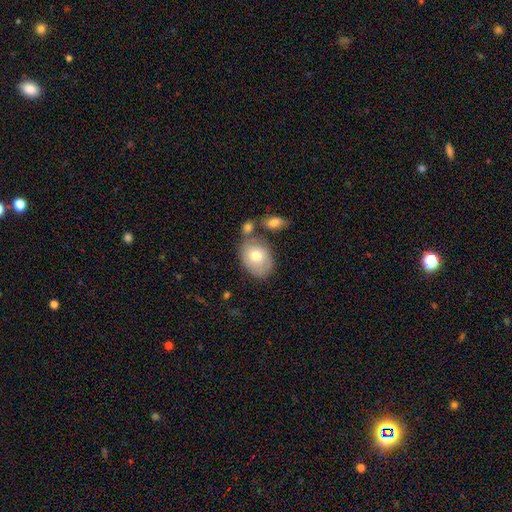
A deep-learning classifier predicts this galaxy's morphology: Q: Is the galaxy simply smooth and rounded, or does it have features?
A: smooth — 70%.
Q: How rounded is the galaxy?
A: in between — 66%.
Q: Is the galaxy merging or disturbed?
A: none — 55%.